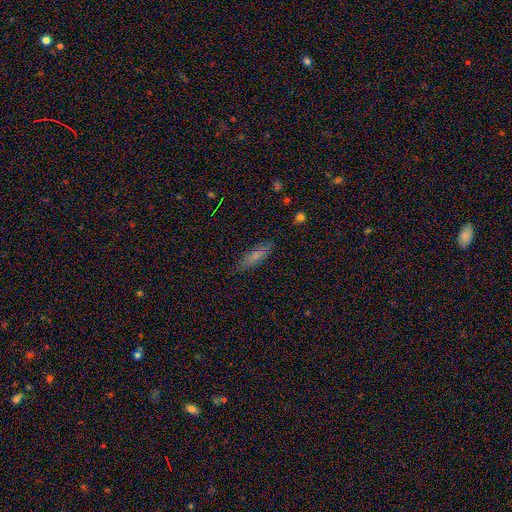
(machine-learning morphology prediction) This appears to be a smooth galaxy with no disk features (71%) that is cigar-shaped (51%). Merging: none (83%).